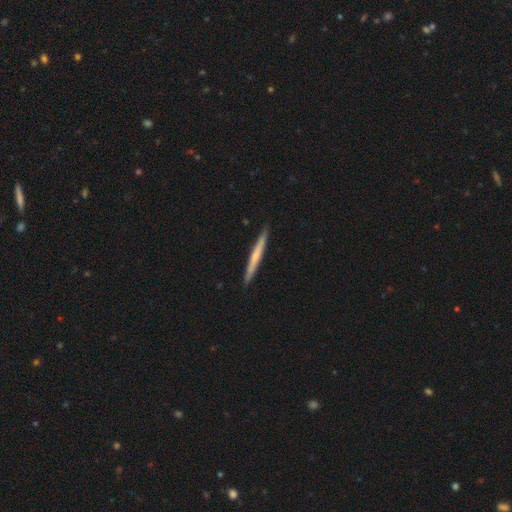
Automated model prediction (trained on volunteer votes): This is possibly a smooth galaxy (48%). Merging: clearly none (92%).